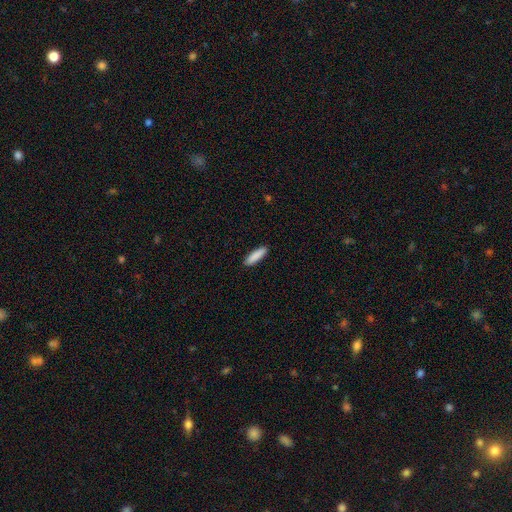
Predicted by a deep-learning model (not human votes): This appears to be a smooth galaxy with no disk features (89%) that is cigar-shaped (69%). Merging: none (90%).